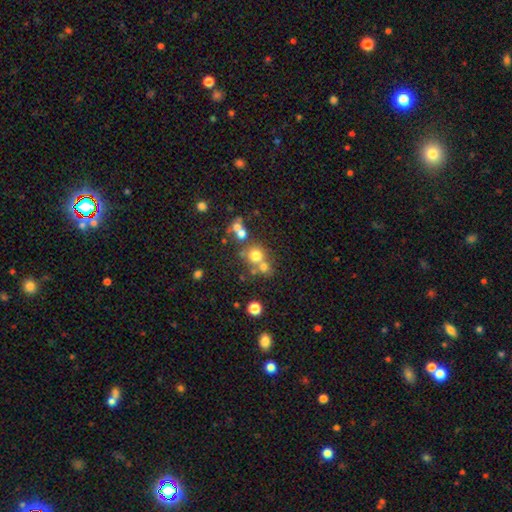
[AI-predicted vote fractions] Q: Smooth or featured?
A: smooth (67%); runner-up: star or artifact (18%)
Q: How rounded?
A: round (87%); runner-up: in between (12%)
Q: Merging?
A: none (53%); runner-up: merger (34%)